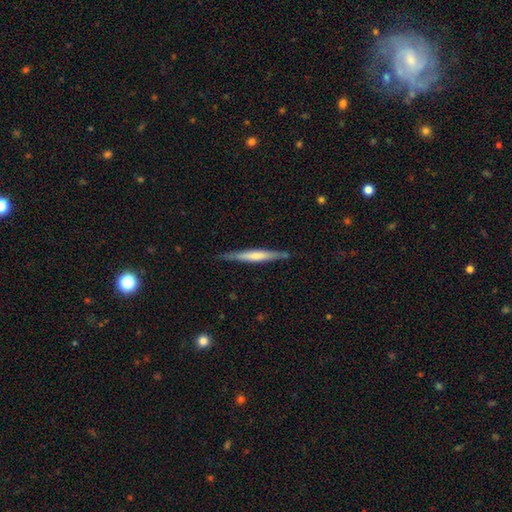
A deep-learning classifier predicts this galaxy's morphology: smooth_or_featured: featured or disk (p=0.53) [alt: smooth p=0.42]
disk_edge_on: yes (p=0.96) [alt: no p=0.04]
edge_on_bulge: rounded (p=0.42) [alt: none p=0.38]
merging: none (p=0.85) [alt: minor disturbance p=0.12]